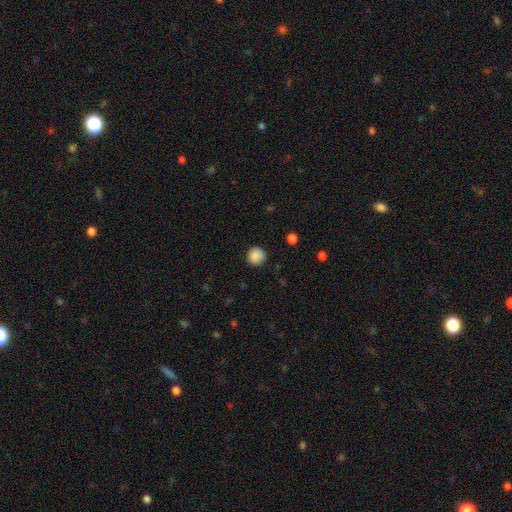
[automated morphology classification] This appears to be a smooth galaxy with no disk features (88%) that is round (95%). Merging: none (89%).